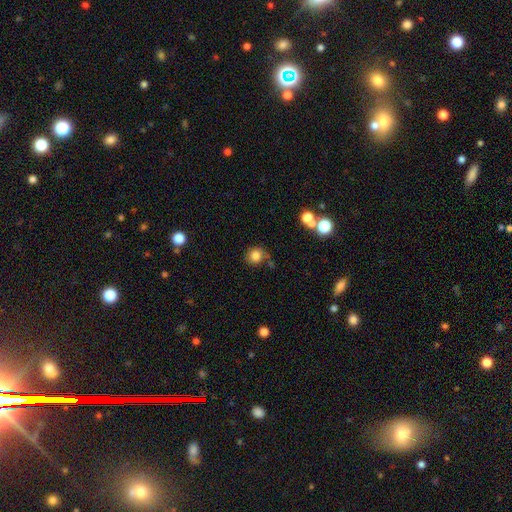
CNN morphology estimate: This is clearly a smooth galaxy (81%). How rounded: clearly round (88%). Merging: likely none (75%).